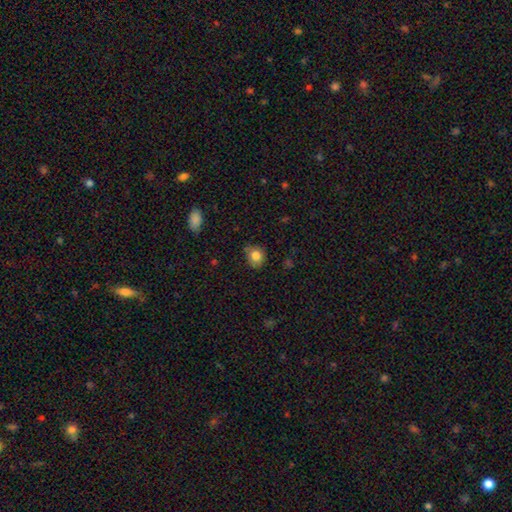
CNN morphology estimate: Smooth or featured?
  - smooth: 82% *
  - star or artifact: 10%
  - featured or disk: 9%
How rounded?
  - round: 66% *
  - in between: 33%
  - cigar-shaped: 1%
Merging?
  - none: 69% *
  - minor disturbance: 24%
  - major disturbance: 4%
  - merger: 2%